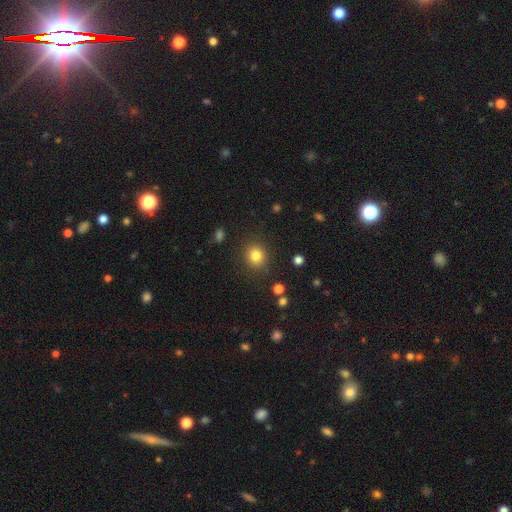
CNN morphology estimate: The model was most divided on "how rounded": round: 84%, in between: 15%, cigar-shaped: 1%. More confident: merging — none (87%); smooth or featured — smooth (82%).